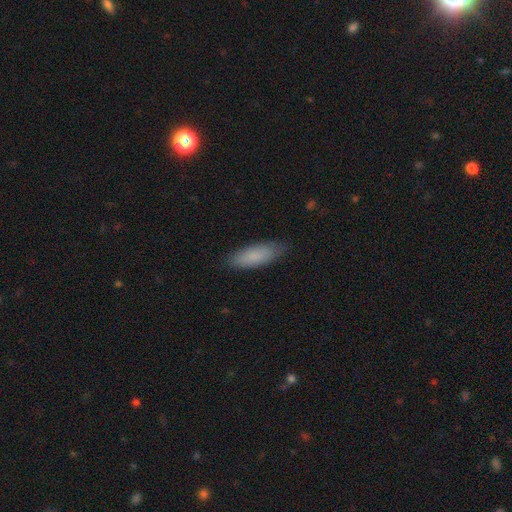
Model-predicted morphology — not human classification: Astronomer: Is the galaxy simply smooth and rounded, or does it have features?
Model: smooth — 85%.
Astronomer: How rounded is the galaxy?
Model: in between — 66%.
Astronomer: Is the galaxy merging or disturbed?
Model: none — 83%.